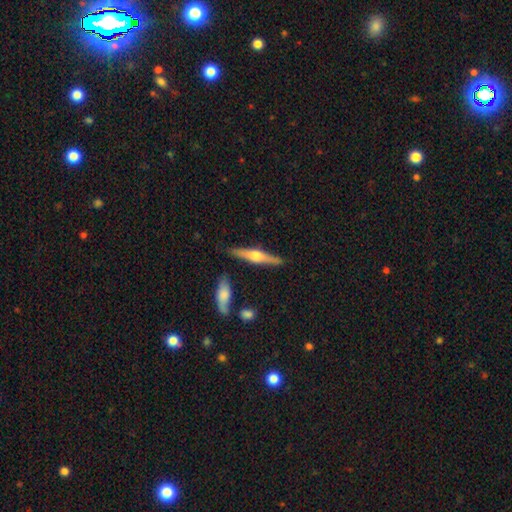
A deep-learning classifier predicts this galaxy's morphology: Smooth or featured? Predicted: featured or disk (p=0.65). Edge-on disk? Predicted: yes (p=0.97). Edge-on bulge? Predicted: rounded (p=0.91). Merging? Predicted: none (p=0.86).